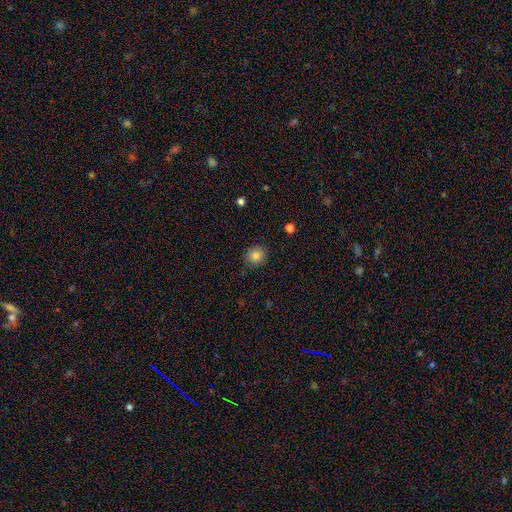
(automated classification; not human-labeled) smooth_or_featured: smooth (p=0.82) [alt: star or artifact p=0.11]
how_rounded: round (p=0.81) [alt: in between p=0.18]
merging: none (p=0.88) [alt: minor disturbance p=0.09]